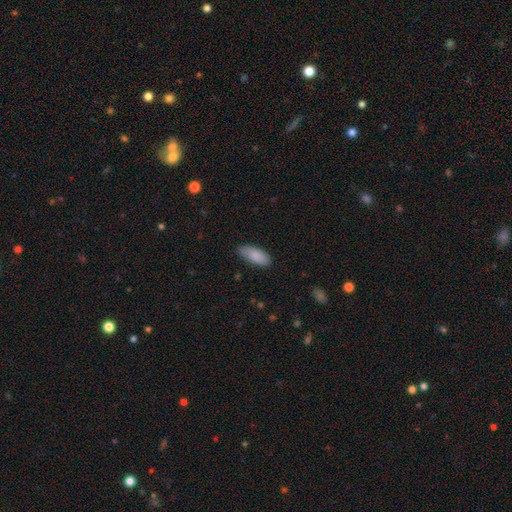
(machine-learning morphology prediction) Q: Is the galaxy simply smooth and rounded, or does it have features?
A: smooth — 87%.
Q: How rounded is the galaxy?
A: in between — 80%.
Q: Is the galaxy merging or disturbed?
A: none — 82%.